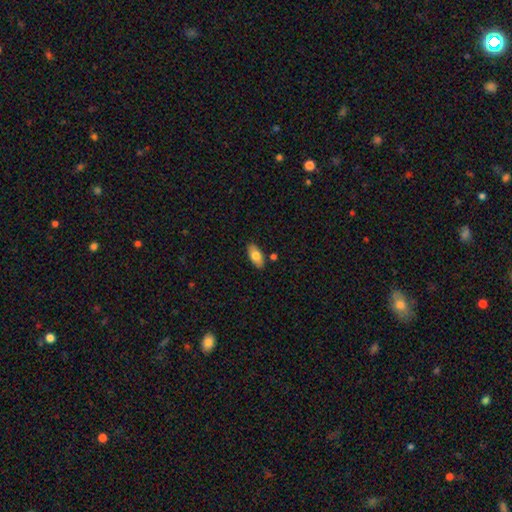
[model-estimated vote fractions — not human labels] A smooth galaxy with no disk features (76%) that is in between round and cigar-shaped (91%). Merging: none (85%).